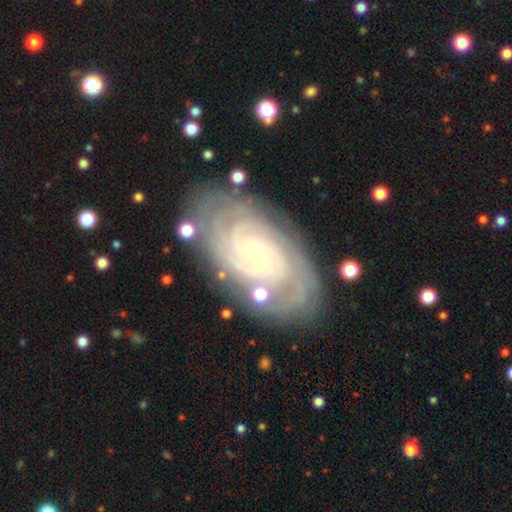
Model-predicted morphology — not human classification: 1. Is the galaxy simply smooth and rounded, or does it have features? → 89% featured or disk, 6% smooth, 5% star or artifact.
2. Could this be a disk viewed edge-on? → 96% no, 4% yes.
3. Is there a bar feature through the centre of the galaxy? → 78% no, 16% weak, 6% strong.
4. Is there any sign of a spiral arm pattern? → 98% yes, 2% no.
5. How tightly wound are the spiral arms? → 83% tight, 14% medium, 3% loose.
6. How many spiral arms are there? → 24% can't tell, 22% 4, 17% 2, 16% 3, 15% more than 4, 6% 1.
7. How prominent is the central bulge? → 85% small, 11% moderate, 1% none, 1% large, 1% dominant.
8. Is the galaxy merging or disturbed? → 79% none, 15% minor disturbance, 4% major disturbance, 2% merger.